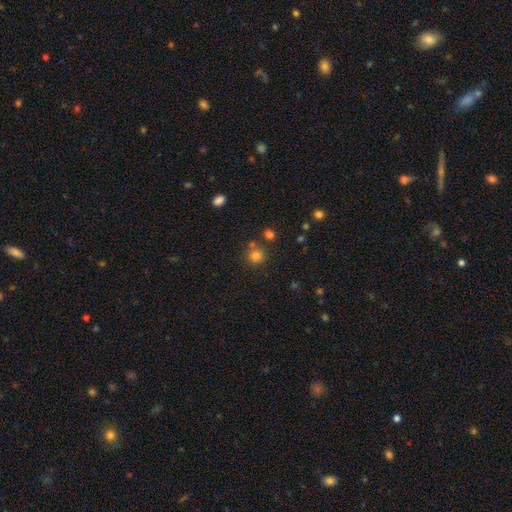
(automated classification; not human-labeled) A smooth galaxy with no disk features (78%) that is round (89%).

Vote fractions:
- Smooth or featured? smooth: 78% / star or artifact: 15% / featured or disk: 7%
- How rounded? round: 89% / in between: 10% / cigar-shaped: 1%
- Merging? none: 70% / merger: 17% / minor disturbance: 10% / major disturbance: 3%